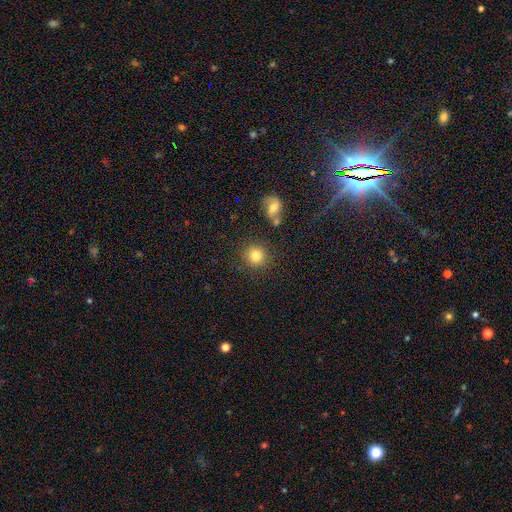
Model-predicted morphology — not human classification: smooth 82%, star or artifact 11%, featured or disk 7%. Down the decision tree: how rounded — round (90%); merging — none (84%).